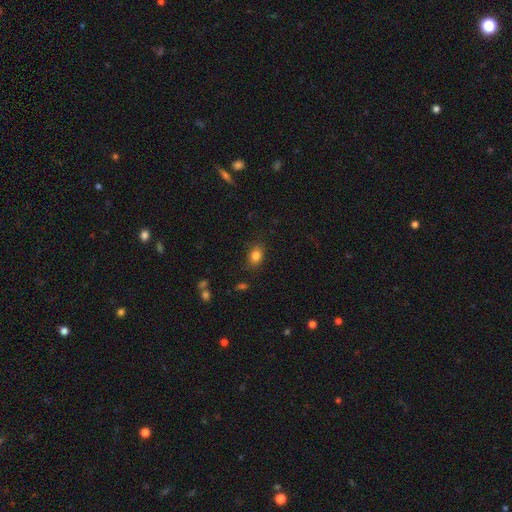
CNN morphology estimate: smooth 82%, star or artifact 11%, featured or disk 7%. Down the decision tree: how rounded — in between (70%); merging — none (81%).